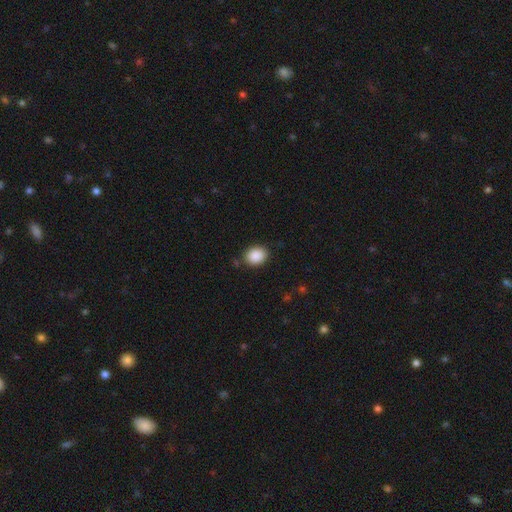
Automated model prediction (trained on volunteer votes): Morphology: type=smooth (89%); roundness=in between (50%); merging=none (86%).